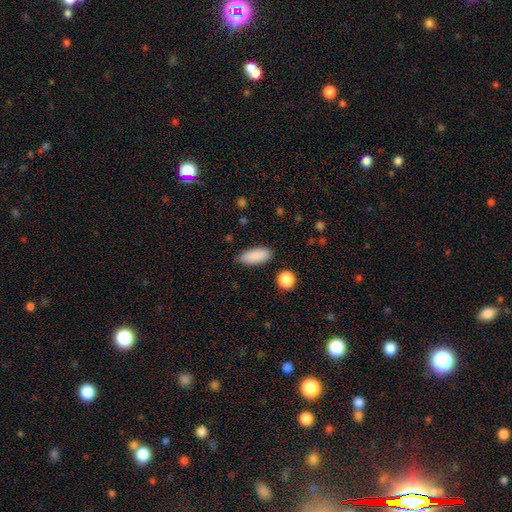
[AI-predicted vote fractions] Q: Smooth or featured?
A: smooth (89%); runner-up: star or artifact (7%)
Q: How rounded?
A: in between (80%); runner-up: cigar-shaped (17%)
Q: Merging?
A: none (83%); runner-up: minor disturbance (12%)